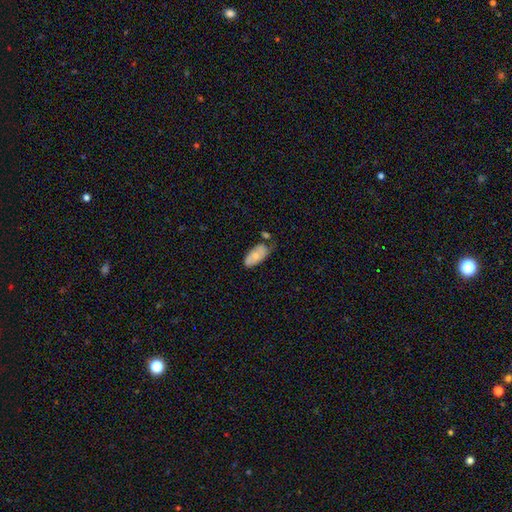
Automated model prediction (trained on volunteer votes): This is likely a smooth galaxy (68%). How rounded: clearly in between (93%). Merging: possibly none (50%).